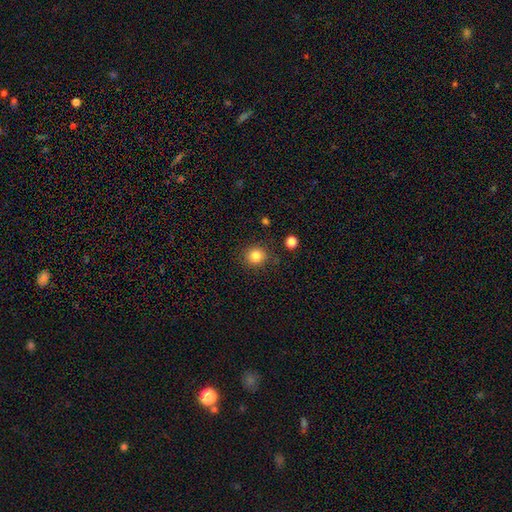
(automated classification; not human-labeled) A smooth galaxy with no disk features (84%) that is round (89%).

Vote fractions:
- Smooth or featured? smooth: 84% / star or artifact: 11% / featured or disk: 5%
- How rounded? round: 89% / in between: 10% / cigar-shaped: 1%
- Merging? none: 85% / minor disturbance: 10% / major disturbance: 3% / merger: 3%